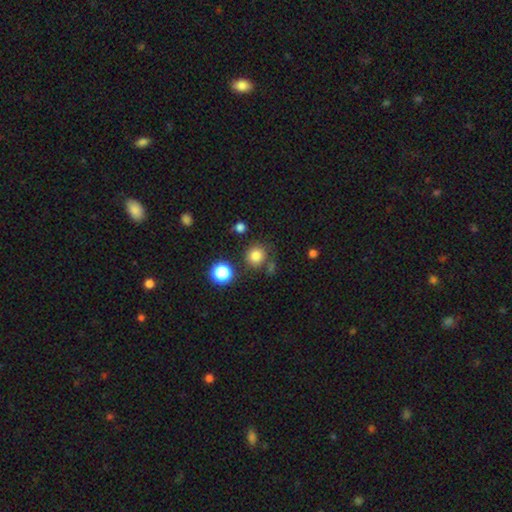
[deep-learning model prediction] Smooth or featured? Predicted: smooth (p=0.80). How rounded? Predicted: round (p=0.90). Merging? Predicted: none (p=0.76).